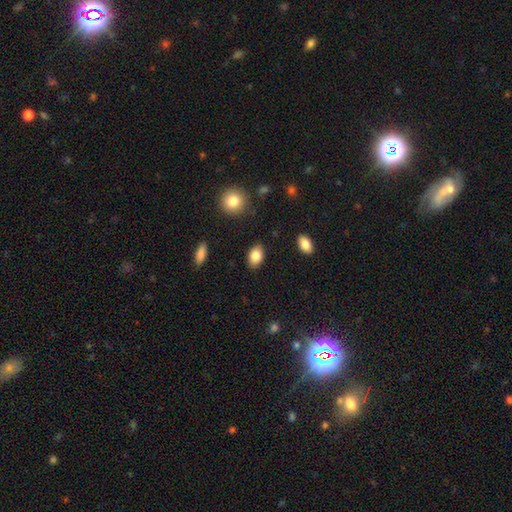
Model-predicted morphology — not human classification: The model was most divided on "how rounded": in between: 86%, round: 13%, cigar-shaped: 1%. More confident: merging — none (85%); smooth or featured — smooth (84%).